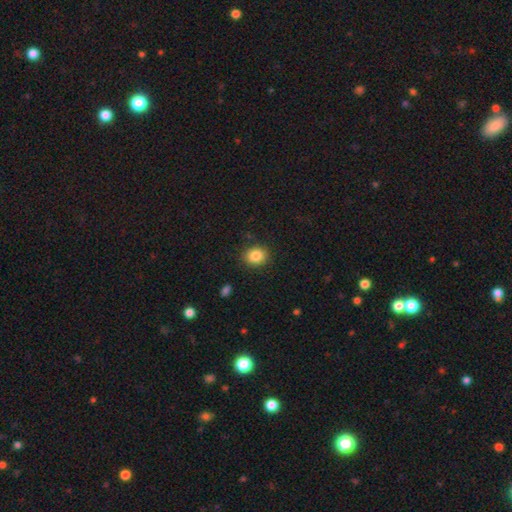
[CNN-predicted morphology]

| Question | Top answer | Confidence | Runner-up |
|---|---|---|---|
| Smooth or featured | smooth | 85% | star or artifact (9%) |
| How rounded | round | 63% | in between (36%) |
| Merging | none | 87% | minor disturbance (9%) |